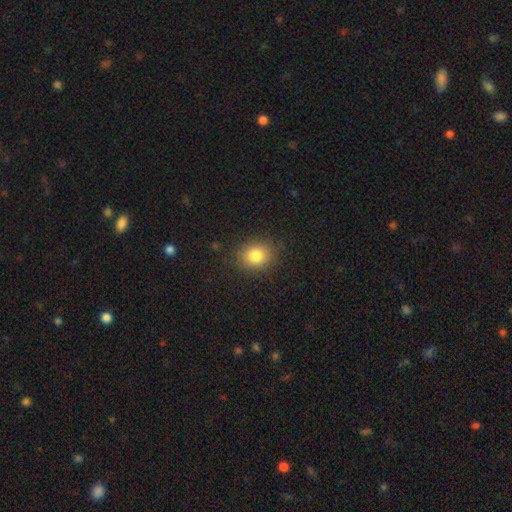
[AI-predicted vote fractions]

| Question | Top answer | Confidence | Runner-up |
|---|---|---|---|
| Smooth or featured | smooth | 82% | star or artifact (11%) |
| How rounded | round | 64% | in between (35%) |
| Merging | none | 87% | minor disturbance (9%) |